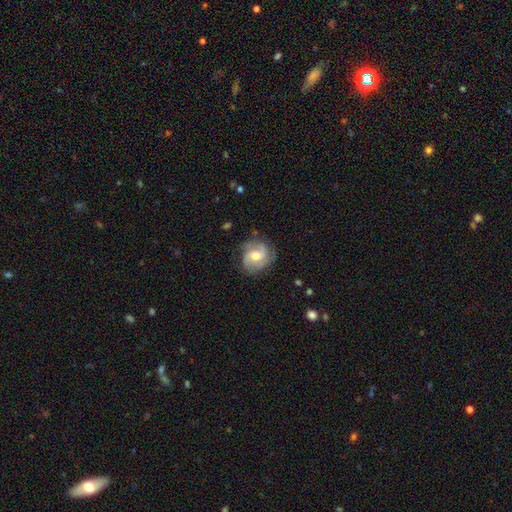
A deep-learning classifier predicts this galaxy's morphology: This is clearly a featured or disk galaxy (81%). It is clearly not viewed edge-on (98%). Bar: possibly no (52%). Spiral arm pattern: clearly yes (96%). Spiral arm count: possibly 2 (47%). Spiral winding: marginally medium (44%). Central bulge: likely moderate (69%). Merging: likely none (76%).